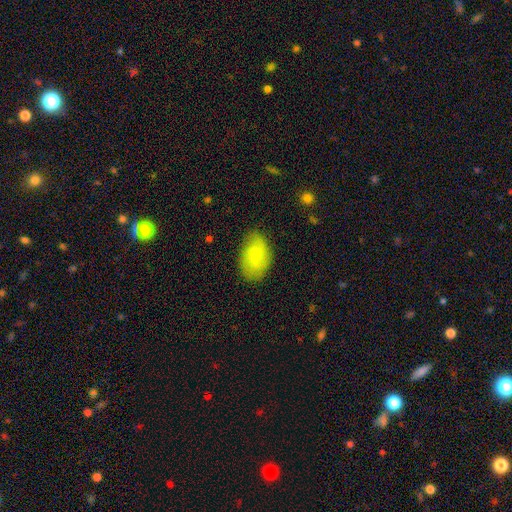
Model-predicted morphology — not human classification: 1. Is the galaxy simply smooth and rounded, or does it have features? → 54% smooth, 39% featured or disk, 7% star or artifact.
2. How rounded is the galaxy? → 88% in between, 11% round, 2% cigar-shaped.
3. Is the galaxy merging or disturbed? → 77% none, 18% minor disturbance, 4% major disturbance, 1% merger.